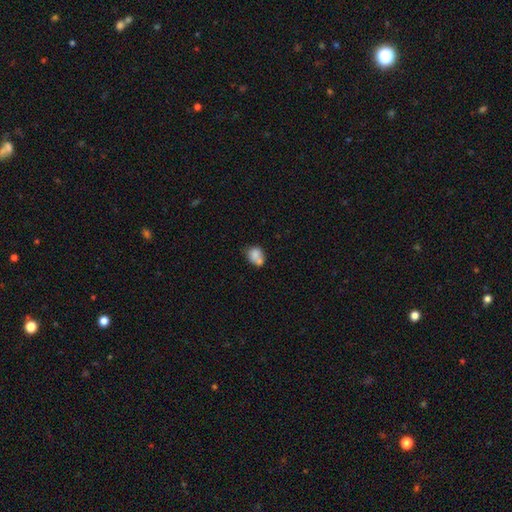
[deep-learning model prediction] smooth_or_featured: smooth (p=0.76) [alt: featured or disk p=0.14]
how_rounded: in between (p=0.51) [alt: round p=0.48]
merging: merger (p=0.44) [alt: none p=0.34]